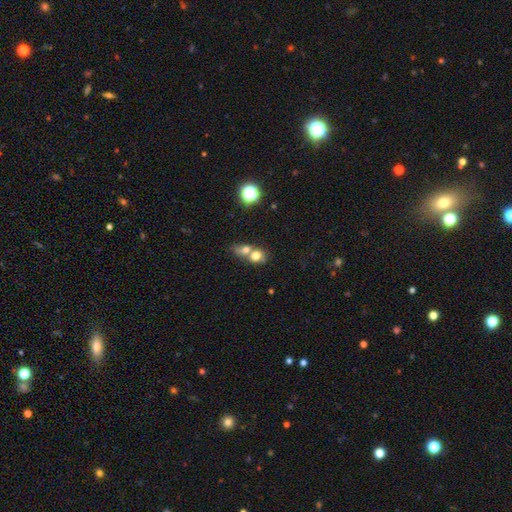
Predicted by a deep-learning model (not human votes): Q: Smooth or featured?
A: smooth (70%); runner-up: featured or disk (16%)
Q: How rounded?
A: round (60%); runner-up: in between (38%)
Q: Merging?
A: merger (65%); runner-up: none (24%)